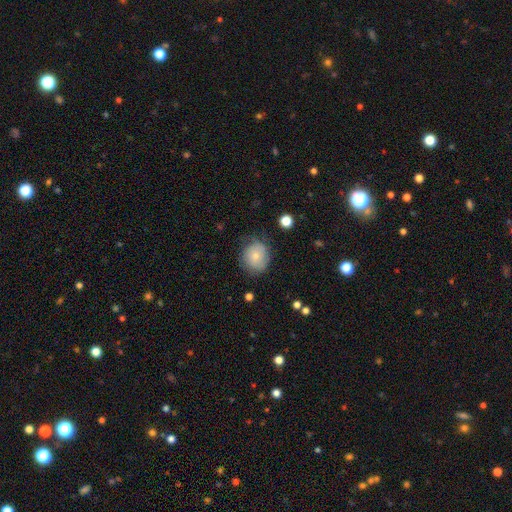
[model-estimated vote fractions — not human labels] Q: Smooth or featured?
A: smooth (75%); runner-up: featured or disk (17%)
Q: How rounded?
A: round (77%); runner-up: in between (22%)
Q: Merging?
A: none (66%); runner-up: minor disturbance (25%)